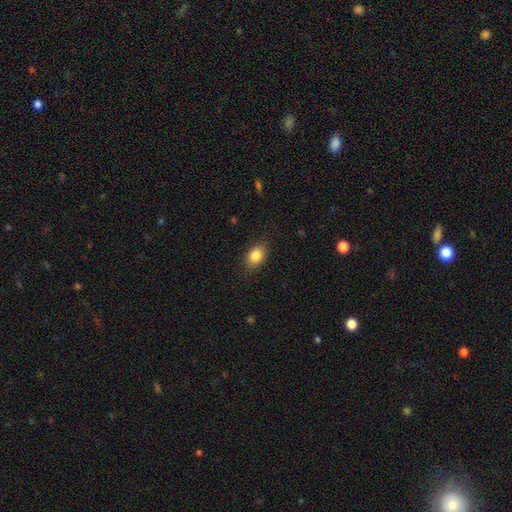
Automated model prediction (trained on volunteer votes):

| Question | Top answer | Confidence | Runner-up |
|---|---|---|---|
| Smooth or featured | smooth | 83% | star or artifact (9%) |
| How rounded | in between | 77% | round (21%) |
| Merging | none | 84% | minor disturbance (12%) |